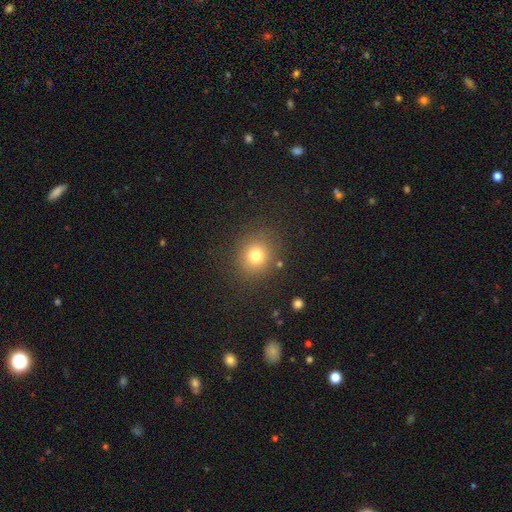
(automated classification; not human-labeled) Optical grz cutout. It shows a smooth galaxy with no disk features (77%) that is round (83%). Merging: none (85%).